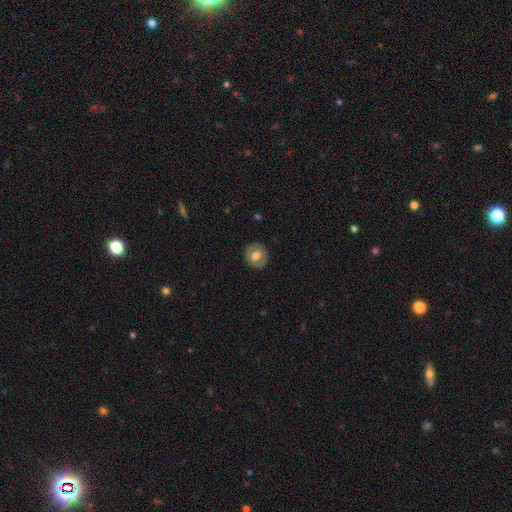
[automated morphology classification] smooth_or_featured: smooth (p=0.59) [alt: featured or disk p=0.34]
how_rounded: round (p=0.83) [alt: in between p=0.16]
merging: none (p=0.87) [alt: minor disturbance p=0.10]